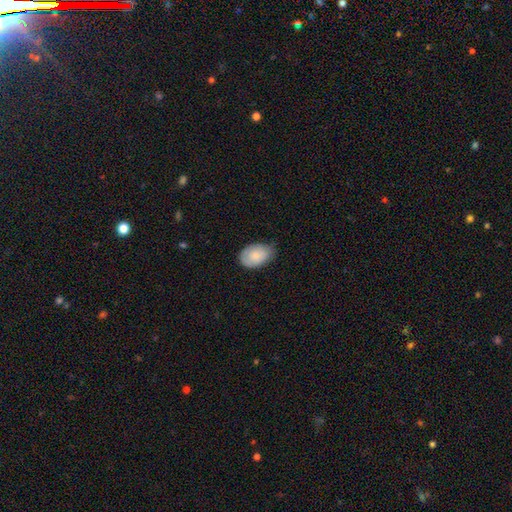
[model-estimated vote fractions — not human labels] Smooth or featured: smooth — 80% (featured or disk — 14%)
How rounded: in between — 89% (round — 10%)
Merging: none — 66% (minor disturbance — 28%)